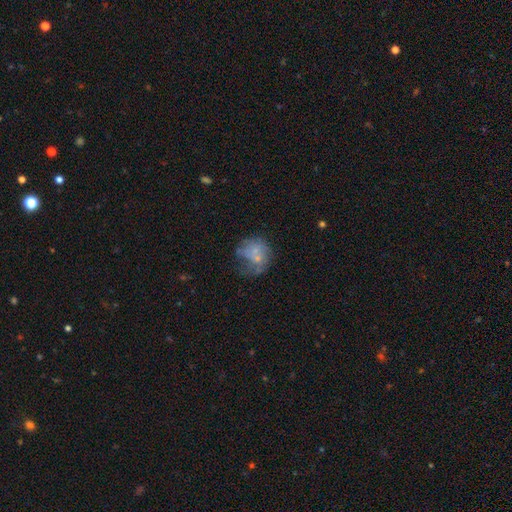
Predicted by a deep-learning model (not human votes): This is possibly a smooth galaxy (50%). How rounded: likely round (65%). Merging: marginally none (35%).